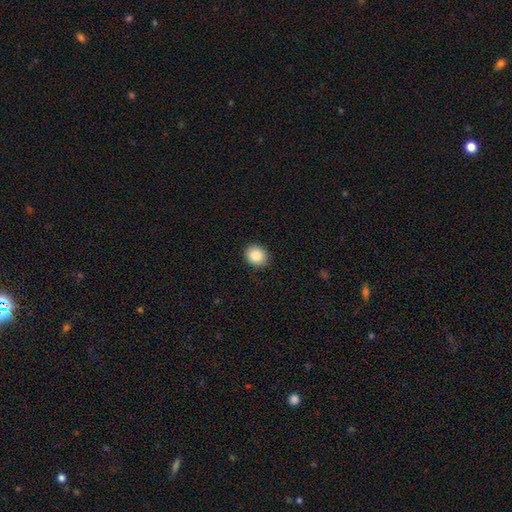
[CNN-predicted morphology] Smooth or featured: smooth — 86% (star or artifact — 8%)
How rounded: round — 62% (in between — 38%)
Merging: none — 90% (minor disturbance — 7%)